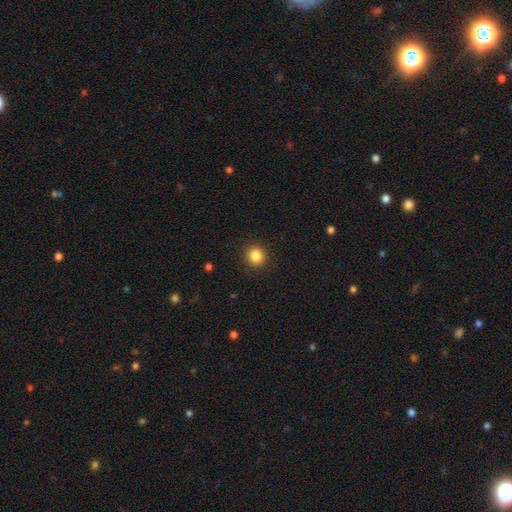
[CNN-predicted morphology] Smooth or featured: smooth — 85% (star or artifact — 11%)
How rounded: round — 92% (in between — 7%)
Merging: none — 92% (minor disturbance — 5%)